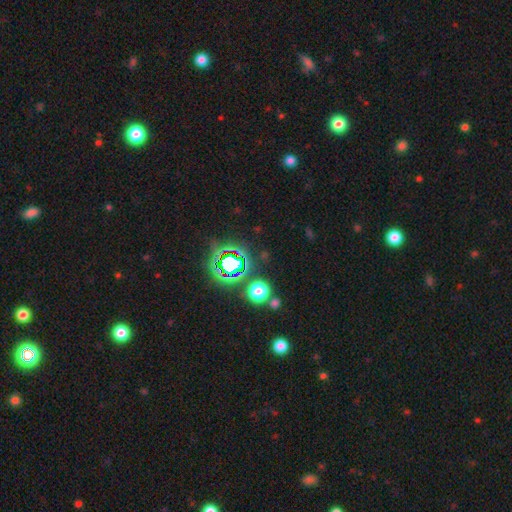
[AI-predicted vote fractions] Morphology: type=star or artifact (78%).